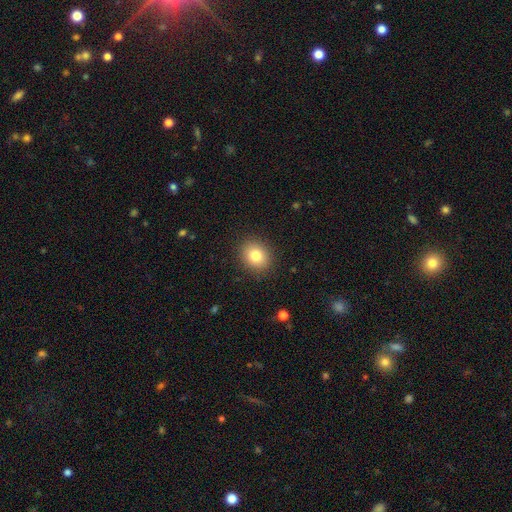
Smooth or featured? smooth (90%)
How rounded? round (53%)
Merging? none (92%)